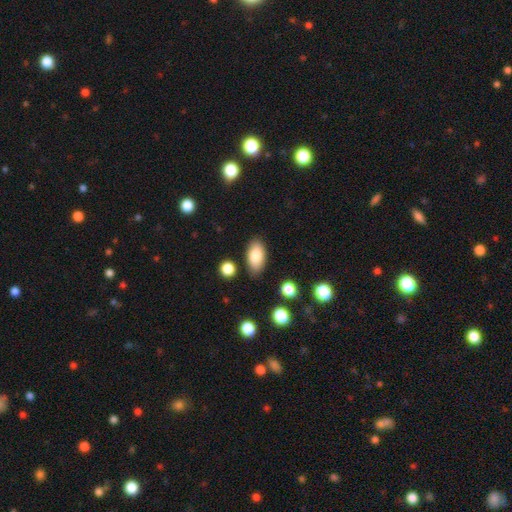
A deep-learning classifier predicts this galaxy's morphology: smooth 83%, featured or disk 10%, star or artifact 7%. Down the decision tree: how rounded — in between (93%); merging — none (83%).